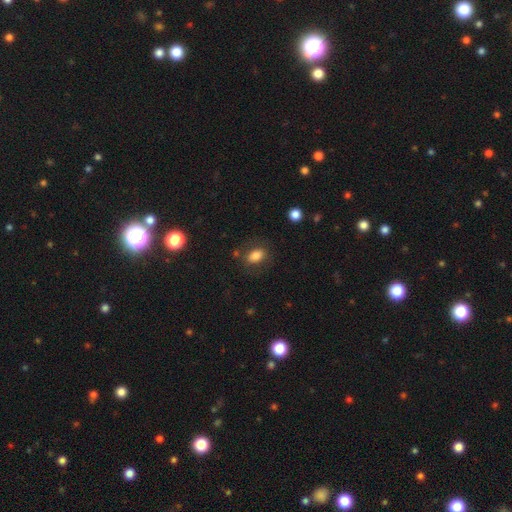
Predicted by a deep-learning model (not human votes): A smooth galaxy with no disk features (79%) that is in between round and cigar-shaped (78%).

Vote fractions:
- Smooth or featured? smooth: 79% / featured or disk: 12% / star or artifact: 9%
- How rounded? in between: 78% / round: 20% / cigar-shaped: 2%
- Merging? none: 75% / minor disturbance: 14% / major disturbance: 7% / merger: 3%